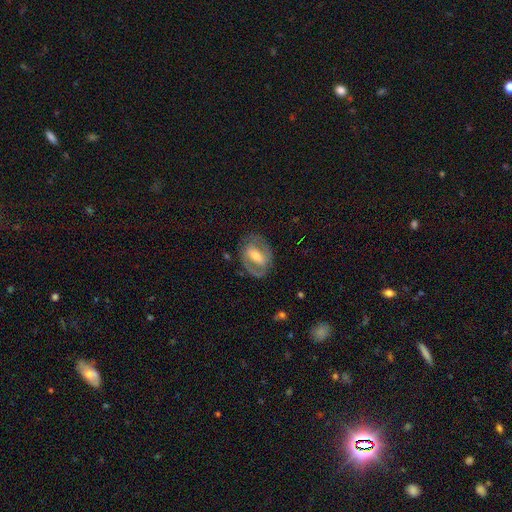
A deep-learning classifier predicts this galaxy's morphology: Q: Smooth or featured?
A: featured or disk (72%); runner-up: smooth (22%)
Q: Edge-on disk?
A: no (94%); runner-up: yes (6%)
Q: Bar?
A: strong (44%); runner-up: weak (36%)
Q: Spiral arms?
A: yes (72%); runner-up: no (28%)
Q: Bulge size?
A: moderate (54%); runner-up: small (32%)
Q: Merging?
A: none (73%); runner-up: minor disturbance (16%)